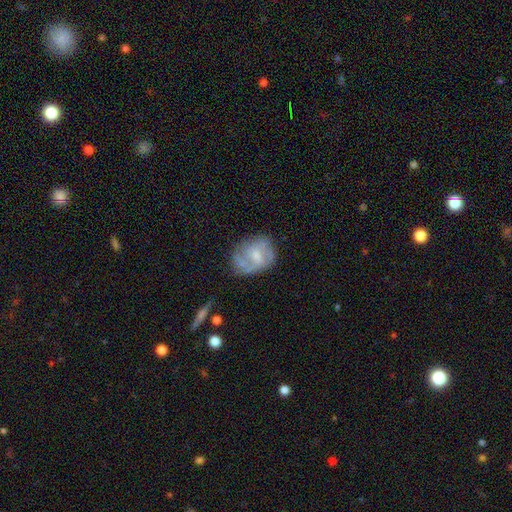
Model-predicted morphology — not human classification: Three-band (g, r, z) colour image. It shows a featured or disk galaxy (60%) with no bar (53%), spiral arms (71%) and a small central bulge (47%). Merging: none (58%).